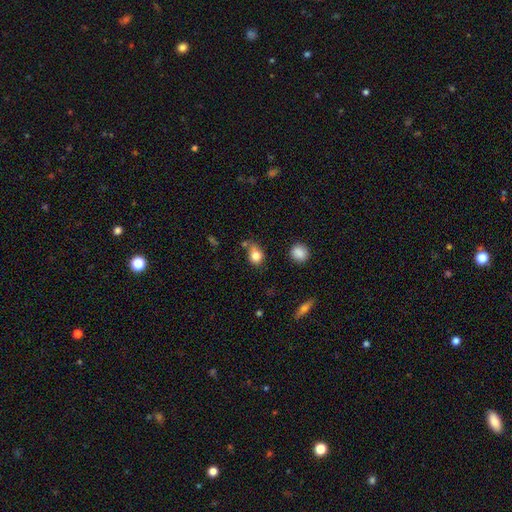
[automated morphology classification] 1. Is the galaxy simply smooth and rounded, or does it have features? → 80% smooth, 11% star or artifact, 9% featured or disk.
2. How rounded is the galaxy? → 53% round, 45% in between, 2% cigar-shaped.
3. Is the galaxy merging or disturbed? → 49% none, 27% minor disturbance, 15% merger, 9% major disturbance.